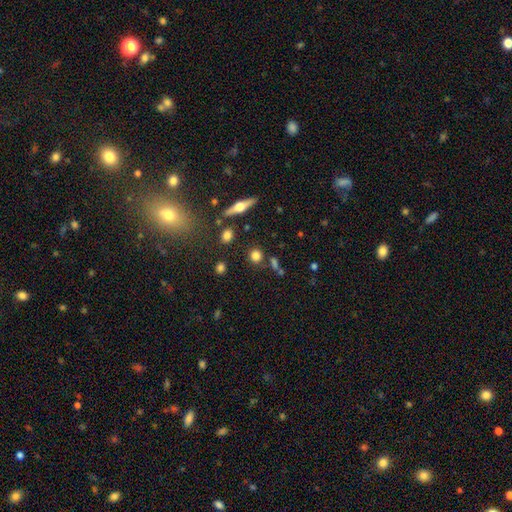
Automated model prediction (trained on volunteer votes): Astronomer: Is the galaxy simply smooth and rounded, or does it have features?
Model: smooth — 76%.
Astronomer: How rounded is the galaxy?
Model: round — 85%.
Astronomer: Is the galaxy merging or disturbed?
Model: none — 81%.